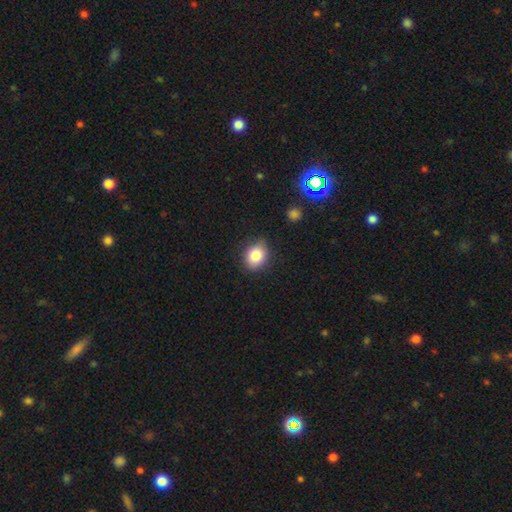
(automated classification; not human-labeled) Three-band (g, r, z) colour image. It shows a smooth galaxy with no disk features (83%) that is round (55%). Merging: none (78%).